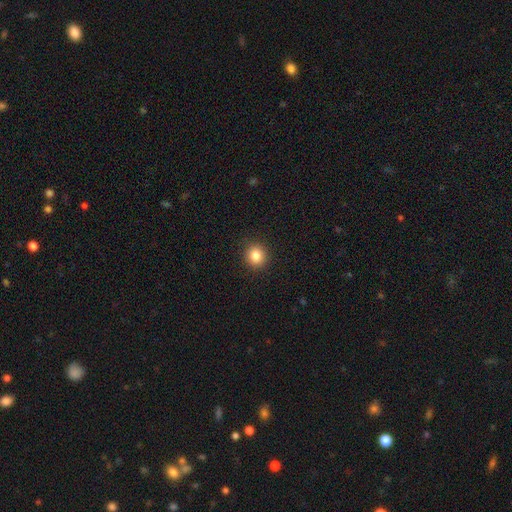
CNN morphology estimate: A smooth galaxy with no disk features (84%) that is round (87%).

Vote fractions:
- Smooth or featured? smooth: 84% / star or artifact: 11% / featured or disk: 5%
- How rounded? round: 87% / in between: 12% / cigar-shaped: 1%
- Merging? none: 92% / minor disturbance: 6% / major disturbance: 2% / merger: 1%